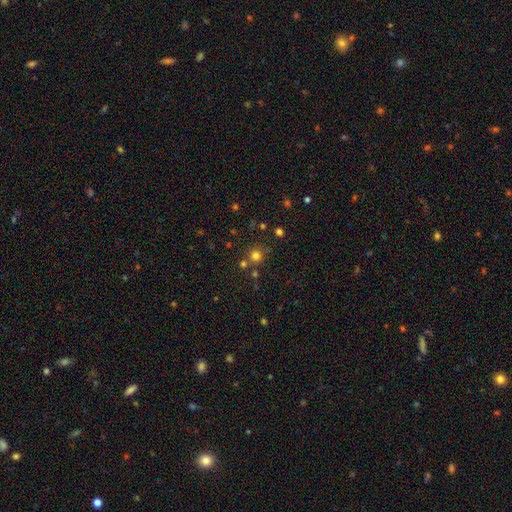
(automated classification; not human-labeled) Smooth or featured? smooth (75%)
How rounded? round (92%)
Merging? none (73%)